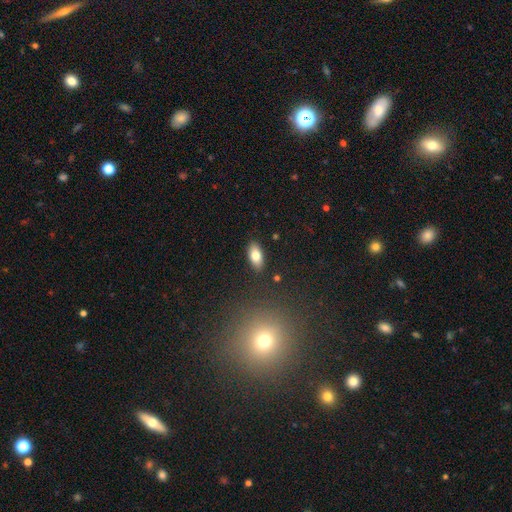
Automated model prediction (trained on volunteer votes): This appears to be a smooth galaxy with no disk features (77%) that is in between round and cigar-shaped (89%). Merging: none (87%).